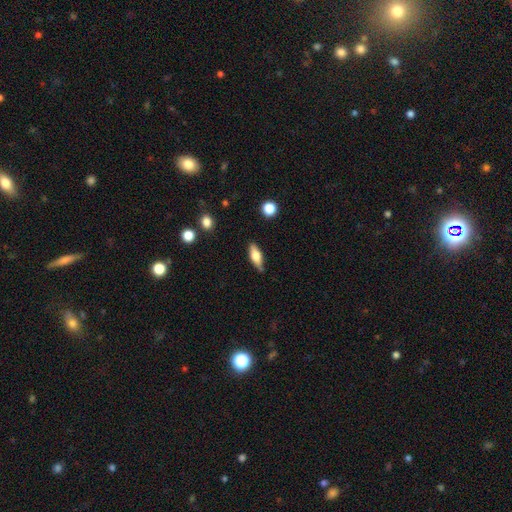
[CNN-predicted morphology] A smooth galaxy with no disk features (63%) that is in between round and cigar-shaped (66%). Merging: none (80%).